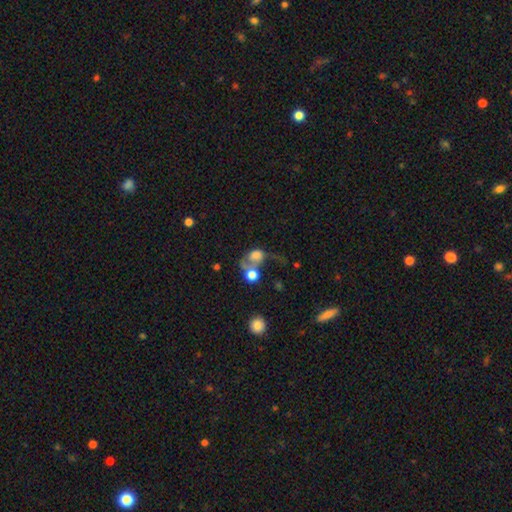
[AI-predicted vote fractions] Smooth or featured? smooth (59%)
How rounded? in between (55%)
Merging? merger (49%)